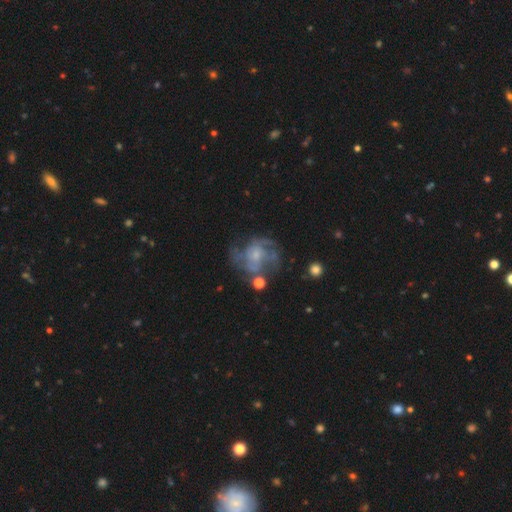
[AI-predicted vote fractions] Smooth or featured: featured or disk — 75% (smooth — 16%)
Edge-on disk: no — 98% (yes — 2%)
Bar: no — 69% (weak — 26%)
Spiral arms: yes — 81% (no — 19%)
Spiral winding: medium — 47% (tight — 30%)
Spiral arm count: can't tell — 32% (3 — 26%)
Bulge size: small — 56% (moderate — 25%)
Merging: none — 52% (major disturbance — 23%)